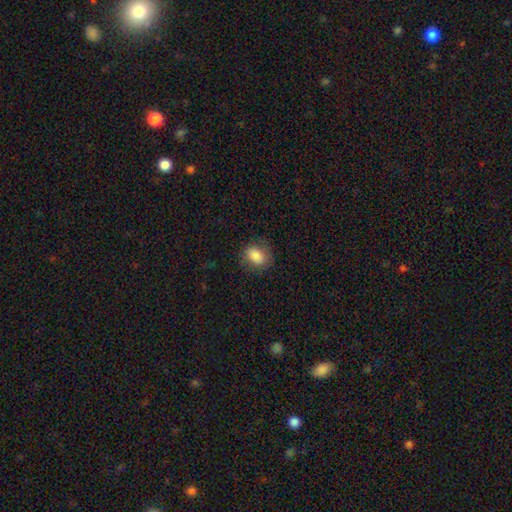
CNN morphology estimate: smooth 83%, featured or disk 9%, star or artifact 8%. Down the decision tree: how rounded — in between (70%); merging — none (75%).